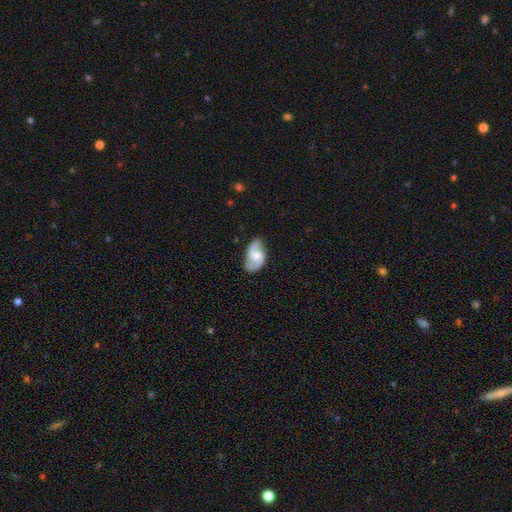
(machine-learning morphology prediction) This appears to be a featured or disk galaxy (77%) with no bar (54%), 2 (89%) medium (51%) spiral arms (95%) and a moderate central bulge (47%). Merging: none (74%).